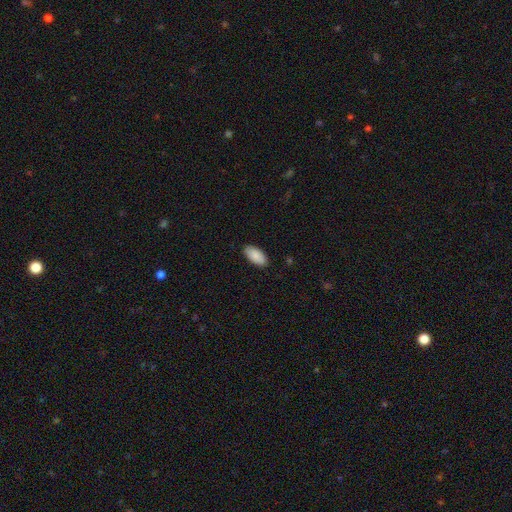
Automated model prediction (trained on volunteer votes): Smooth or featured: smooth — 89% (star or artifact — 6%)
How rounded: in between — 95% (cigar-shaped — 4%)
Merging: none — 88% (minor disturbance — 9%)